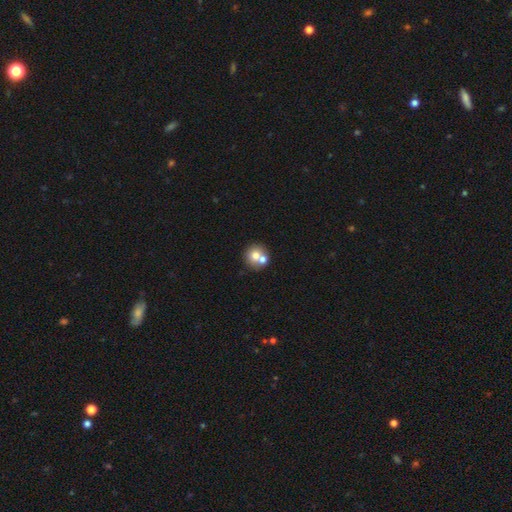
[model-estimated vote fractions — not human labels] smooth 70%, featured or disk 20%, star or artifact 10%. Down the decision tree: how rounded — round (88%); merging — none (52%).